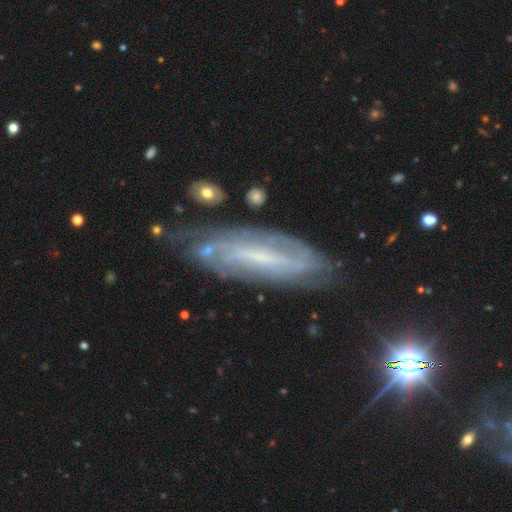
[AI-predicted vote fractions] smooth_or_featured: featured or disk (p=0.75) [alt: smooth p=0.16]
disk_edge_on: no (p=0.78) [alt: yes p=0.22]
bar: weak (p=0.41) [alt: strong p=0.34]
has_spiral_arms: yes (p=0.85) [alt: no p=0.15]
bulge_size: small (p=0.51) [alt: none p=0.27]
merging: none (p=0.69) [alt: minor disturbance p=0.20]